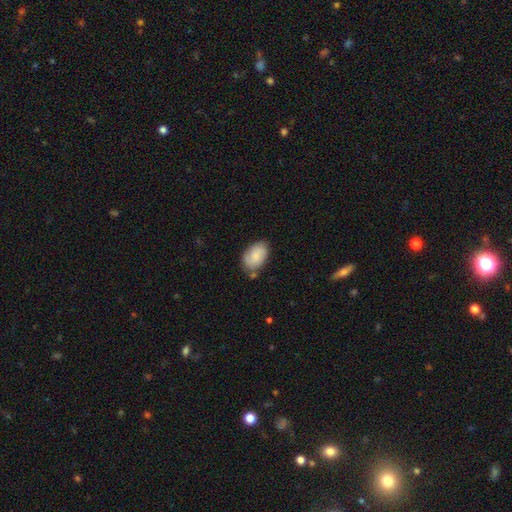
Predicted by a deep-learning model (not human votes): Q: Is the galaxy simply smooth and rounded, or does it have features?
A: smooth — 74%.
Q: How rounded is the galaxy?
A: in between — 90%.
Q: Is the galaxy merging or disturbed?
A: none — 68%.